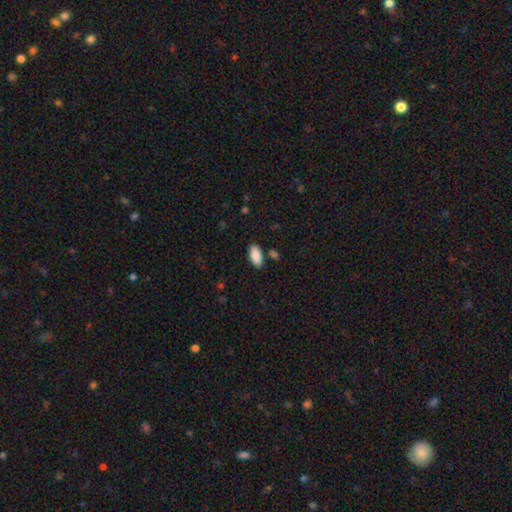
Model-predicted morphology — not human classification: The model was most divided on "merging": none: 84%, minor disturbance: 10%, merger: 4%, major disturbance: 2%. More confident: how rounded — in between (90%); smooth or featured — smooth (89%).